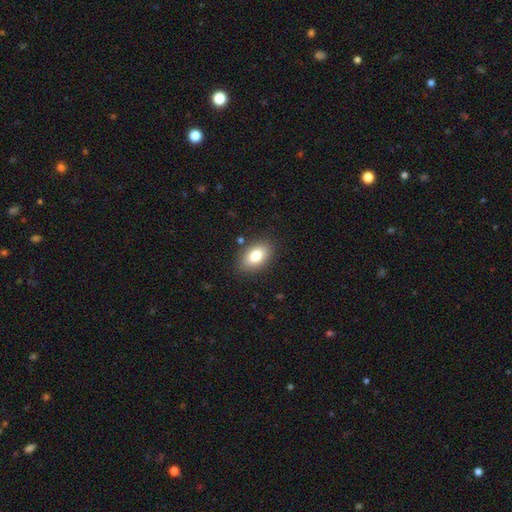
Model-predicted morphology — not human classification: Smooth or featured: smooth — 81% (featured or disk — 11%)
How rounded: in between — 89% (round — 9%)
Merging: none — 86% (minor disturbance — 10%)